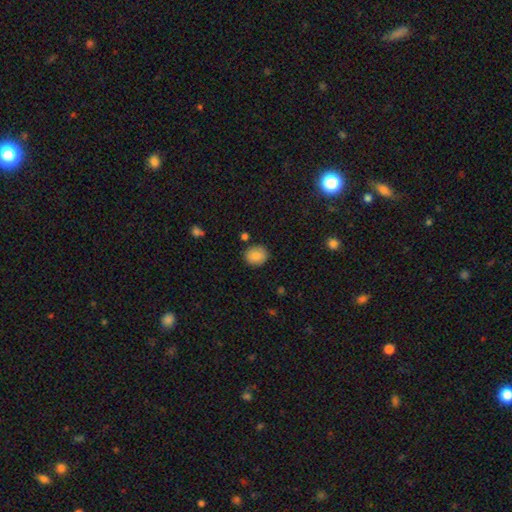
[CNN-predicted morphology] This is clearly a smooth galaxy (86%). How rounded: likely round (70%). Merging: clearly none (84%).